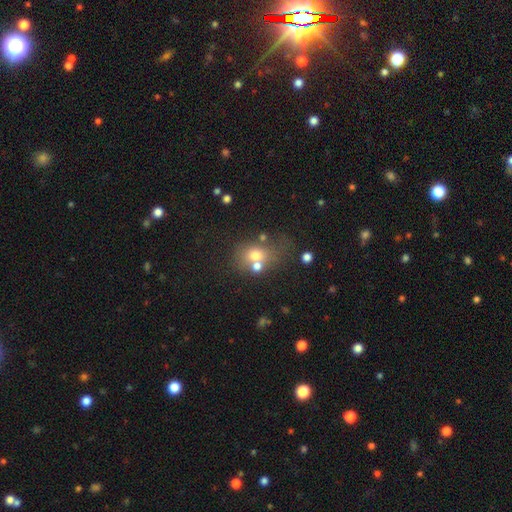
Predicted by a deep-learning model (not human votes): smooth 66%, featured or disk 20%, star or artifact 15%. Down the decision tree: how rounded — round (54%); merging — none (42%).